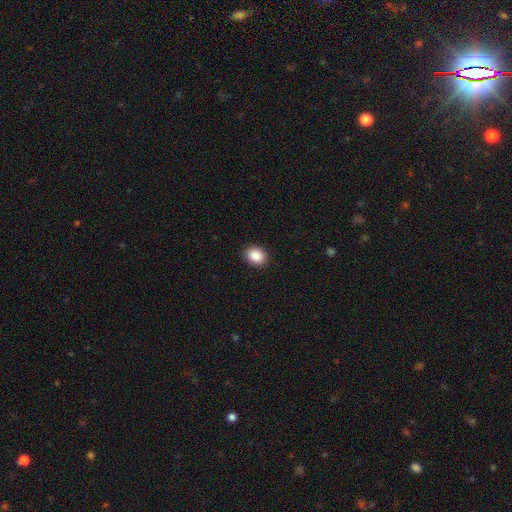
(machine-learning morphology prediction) smooth 90%, star or artifact 8%, featured or disk 3%. Down the decision tree: how rounded — in between (60%); merging — none (91%).